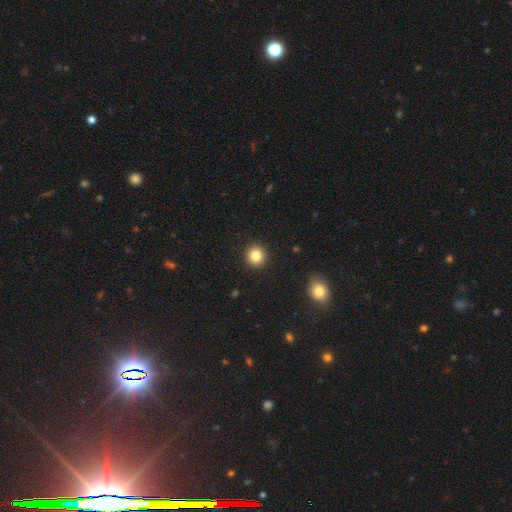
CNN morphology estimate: The model was most divided on "smooth or featured": smooth: 83%, star or artifact: 11%, featured or disk: 6%. More confident: how rounded — round (93%); merging — none (93%).